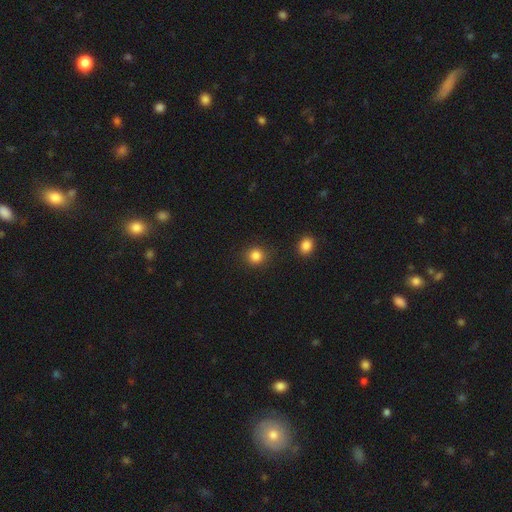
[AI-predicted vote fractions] A smooth galaxy with no disk features (84%) that is round (88%). Merging: none (88%).